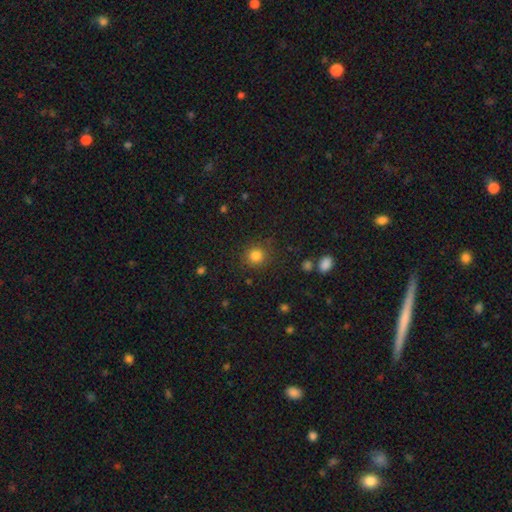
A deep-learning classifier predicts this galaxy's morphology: Smooth or featured: smooth — 83% (star or artifact — 12%)
How rounded: round — 91% (in between — 8%)
Merging: none — 86% (minor disturbance — 9%)